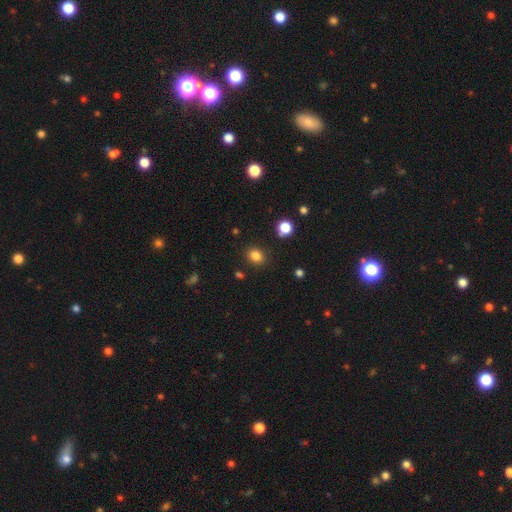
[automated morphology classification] smooth-or-featured: smooth: 83% | star or artifact: 13% | featured or disk: 4%
  how-rounded: round: 66% | in between: 33% | cigar-shaped: 1%
  merging: none: 87% | minor disturbance: 8% | major disturbance: 3% | merger: 2%